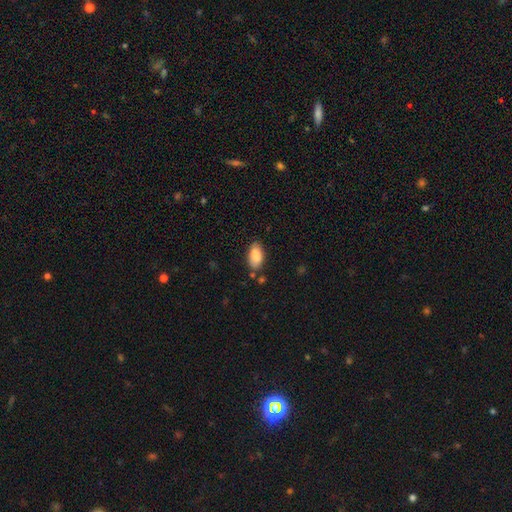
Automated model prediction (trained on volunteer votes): The model was most divided on "merging": none: 78%, minor disturbance: 15%, merger: 4%, major disturbance: 3%. More confident: how rounded — in between (93%); smooth or featured — smooth (85%).